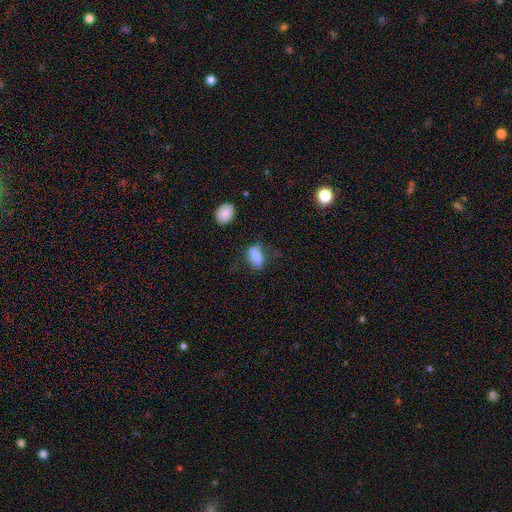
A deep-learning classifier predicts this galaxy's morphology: Smooth or featured? smooth (78%)
How rounded? in between (85%)
Merging? none (58%)